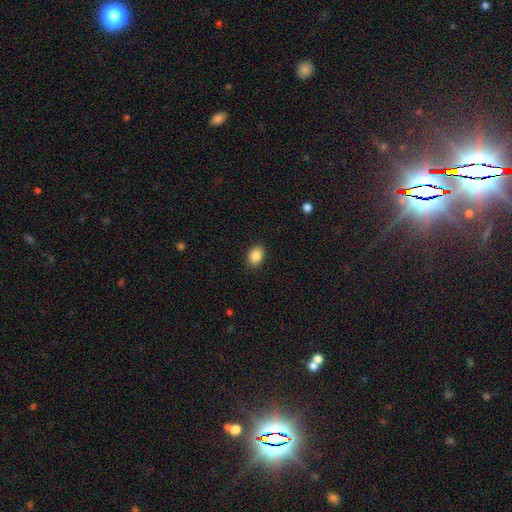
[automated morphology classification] type=smooth (87%); roundness=in between (77%); merging=none (90%).